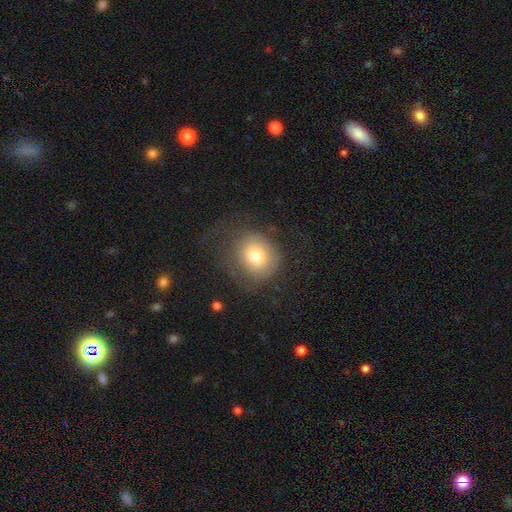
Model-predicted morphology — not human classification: smooth 72%, featured or disk 18%, star or artifact 10%. Down the decision tree: how rounded — round (79%); merging — none (55%).